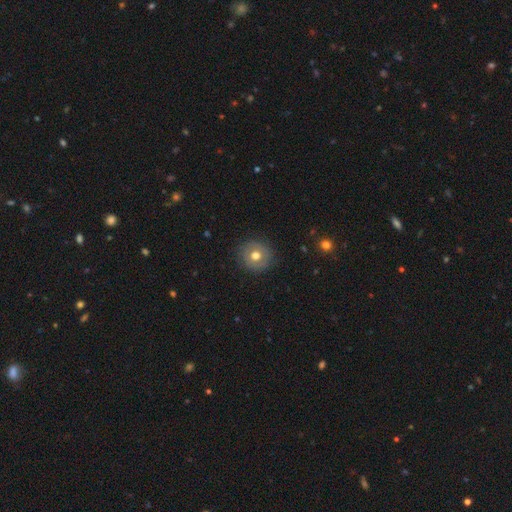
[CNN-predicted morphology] type=smooth (64%); roundness=round (91%); merging=none (87%).